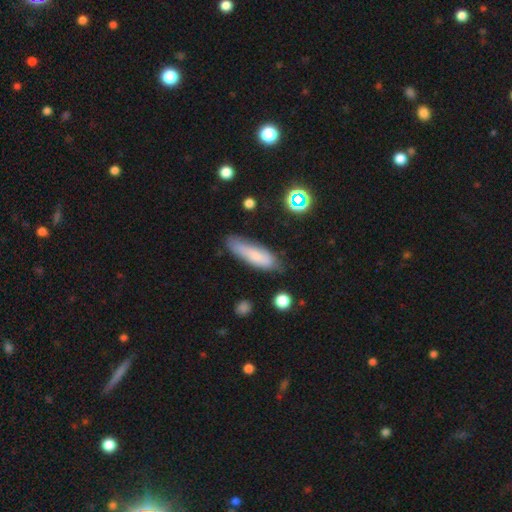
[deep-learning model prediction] A smooth galaxy with no disk features (72%) that is cigar-shaped (60%). Merging: none (70%).